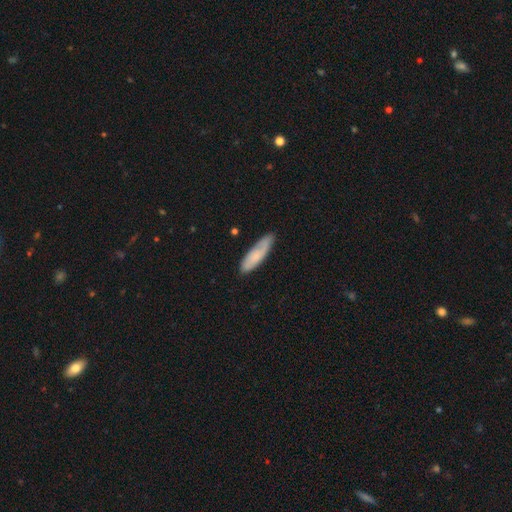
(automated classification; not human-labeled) This appears to be a smooth galaxy with no disk features (68%) that is cigar-shaped (59%). Merging: none (76%).